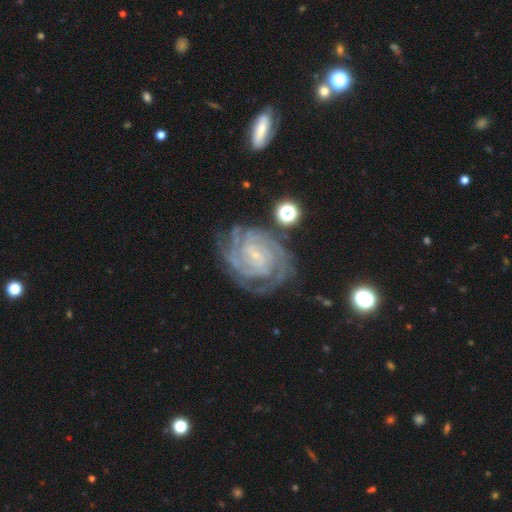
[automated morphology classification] smooth-or-featured: featured or disk: 89% | star or artifact: 6% | smooth: 5%
  disk-edge-on: no: 97% | yes: 3%
    bar: no: 50% | weak: 37% | strong: 14%
    has-spiral-arms: yes: 98% | no: 2%
      spiral-winding: tight: 75% | medium: 22% | loose: 3%
      spiral-arm-count: 4: 24% | can't tell: 23% | 3: 20% | 2: 15% | more than 4: 10% | 1: 7%
    bulge-size: small: 83% | moderate: 8% | none: 7% | large: 1% | dominant: 1%
  merging: none: 71% | minor disturbance: 18% | major disturbance: 8% | merger: 3%